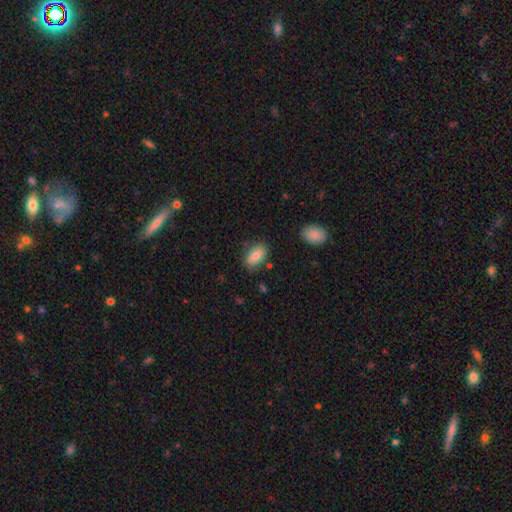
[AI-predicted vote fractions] smooth_or_featured: smooth (p=0.79) [alt: featured or disk p=0.14]
how_rounded: in between (p=0.91) [alt: round p=0.06]
merging: none (p=0.80) [alt: minor disturbance p=0.14]